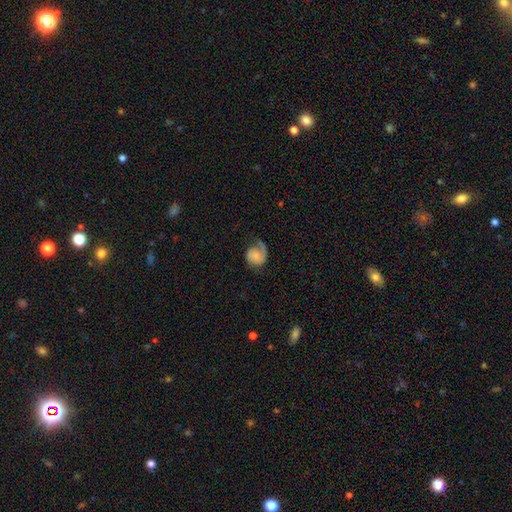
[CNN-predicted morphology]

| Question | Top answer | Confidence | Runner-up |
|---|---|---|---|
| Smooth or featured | featured or disk | 54% | smooth (39%) |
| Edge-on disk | no | 98% | yes (2%) |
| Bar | no | 70% | weak (25%) |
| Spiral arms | yes | 91% | no (9%) |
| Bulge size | small | 45% | none (29%) |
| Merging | none | 46% | major disturbance (28%) |